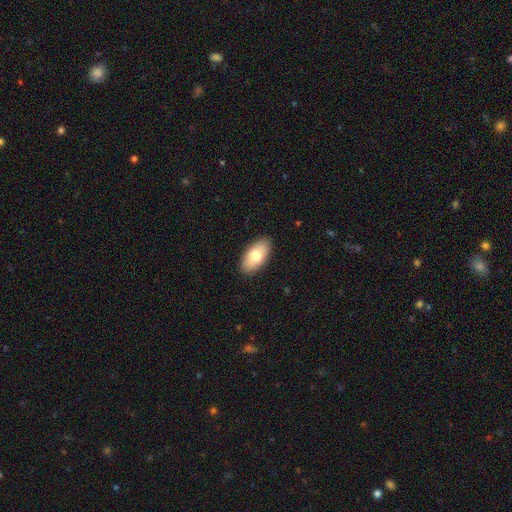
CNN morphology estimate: Smooth or featured? smooth (75%)
How rounded? in between (94%)
Merging? none (89%)